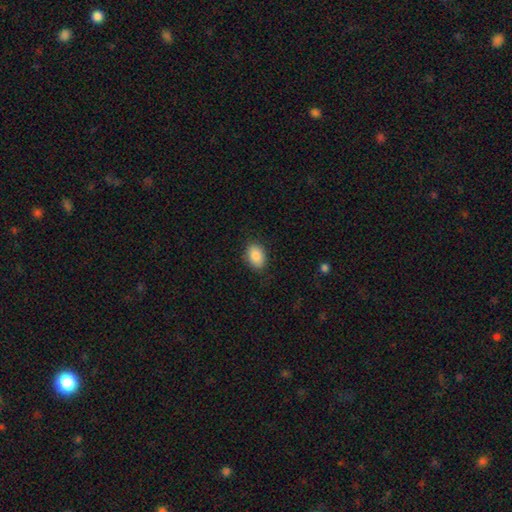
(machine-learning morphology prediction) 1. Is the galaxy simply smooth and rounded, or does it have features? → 89% smooth, 7% star or artifact, 4% featured or disk.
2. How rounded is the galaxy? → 84% in between, 15% round, 1% cigar-shaped.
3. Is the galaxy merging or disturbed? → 86% none, 10% minor disturbance, 3% major disturbance, 1% merger.